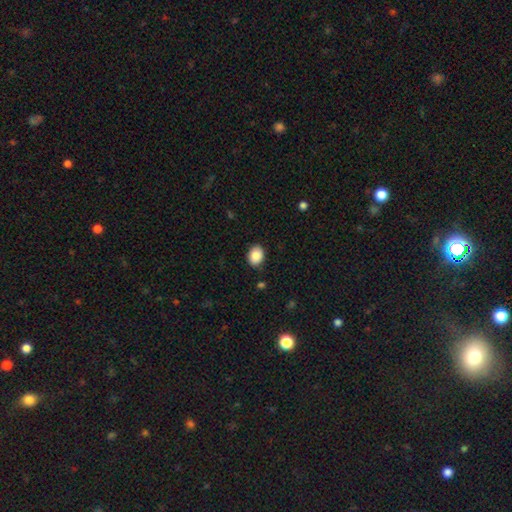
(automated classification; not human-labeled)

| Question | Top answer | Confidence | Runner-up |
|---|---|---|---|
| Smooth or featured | smooth | 88% | star or artifact (8%) |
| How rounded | in between | 66% | round (33%) |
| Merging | none | 88% | minor disturbance (8%) |